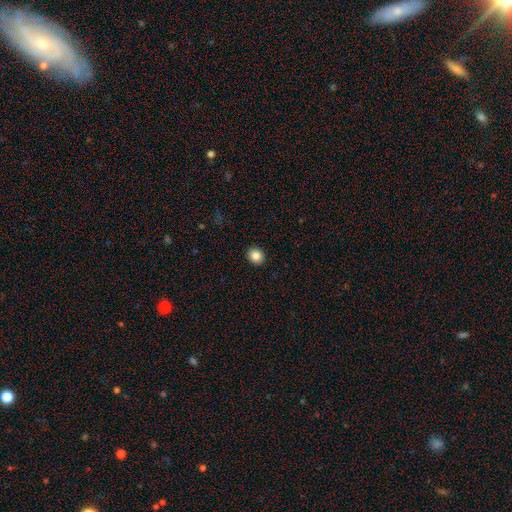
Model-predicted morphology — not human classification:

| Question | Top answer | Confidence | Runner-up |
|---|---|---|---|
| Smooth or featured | smooth | 85% | star or artifact (10%) |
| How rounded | round | 73% | in between (26%) |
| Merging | none | 92% | minor disturbance (5%) |